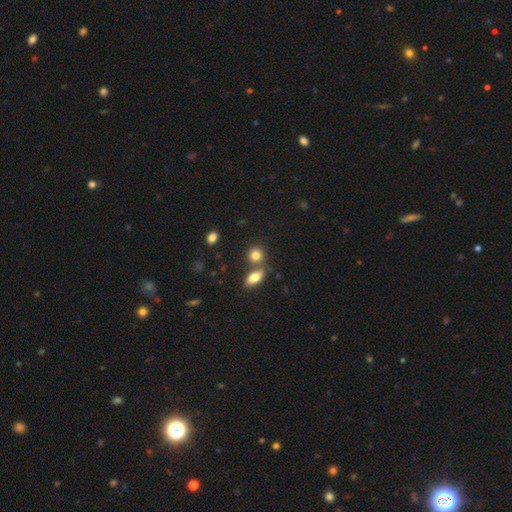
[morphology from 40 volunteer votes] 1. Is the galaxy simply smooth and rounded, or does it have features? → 90% smooth, 10% star or artifact, 0% featured or disk.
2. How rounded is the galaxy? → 72% round, 22% in between, 6% cigar-shaped.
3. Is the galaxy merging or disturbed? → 58% none, 31% merger, 8% minor disturbance, 3% major disturbance.